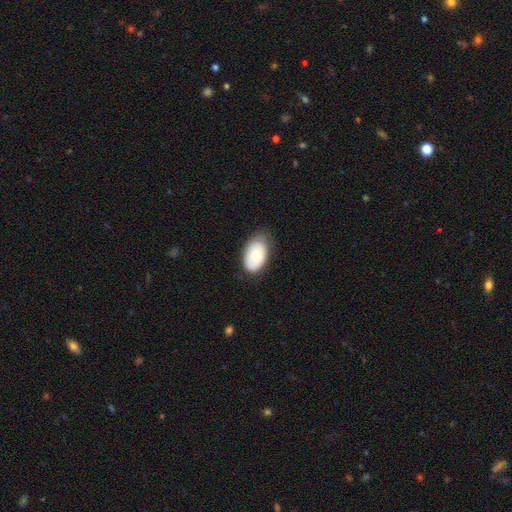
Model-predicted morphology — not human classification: Smooth or featured? smooth (75%)
How rounded? in between (93%)
Merging? none (68%)